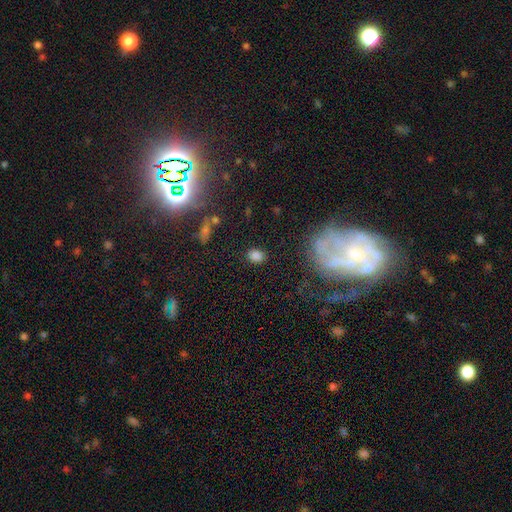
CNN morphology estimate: smooth_or_featured: smooth (p=0.82) [alt: star or artifact p=0.13]
how_rounded: in between (p=0.63) [alt: round p=0.36]
merging: none (p=0.84) [alt: minor disturbance p=0.10]